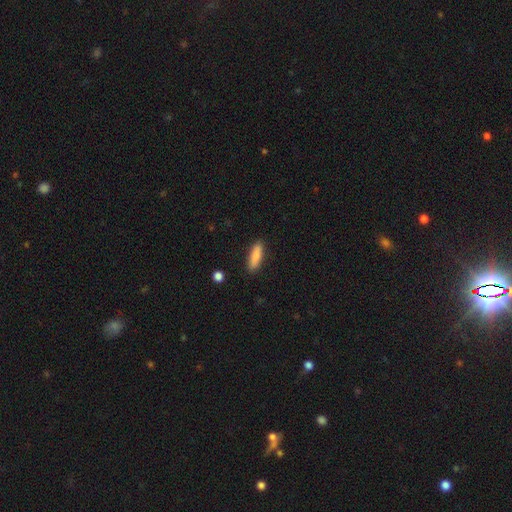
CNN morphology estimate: Overall: smooth (86%). How rounded: cigar-shaped (57%; in between 42%). Merging: none (87%).